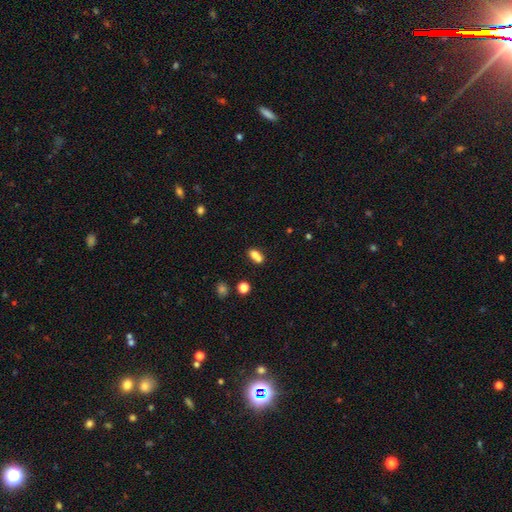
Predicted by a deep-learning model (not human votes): This appears to be a smooth galaxy with no disk features (76%) that is in between round and cigar-shaped (73%). Merging: merger (41%, tied with none).